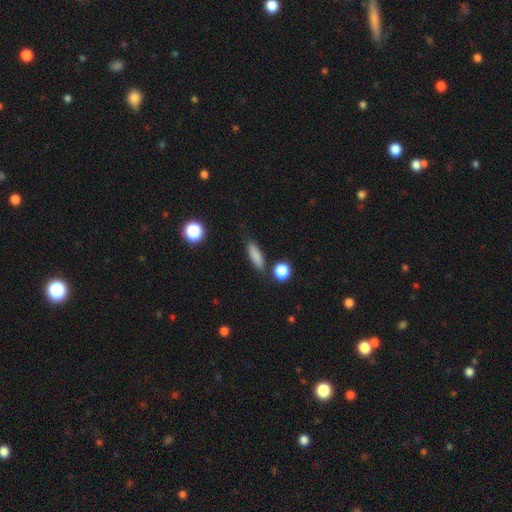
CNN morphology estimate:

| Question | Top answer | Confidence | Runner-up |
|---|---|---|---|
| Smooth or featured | smooth | 84% | star or artifact (8%) |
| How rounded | cigar-shaped | 49% | in between (46%) |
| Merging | none | 80% | minor disturbance (12%) |